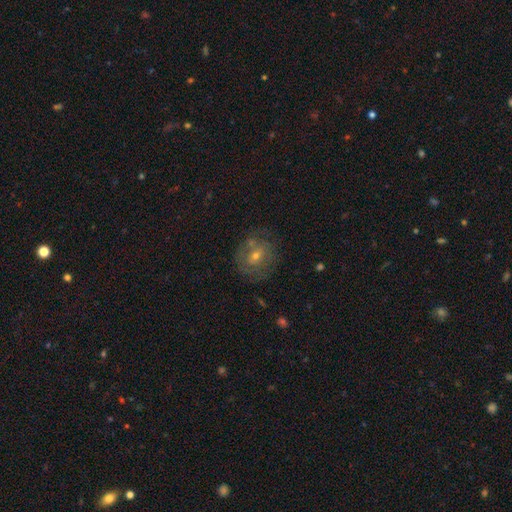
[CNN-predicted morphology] Smooth or featured? featured or disk (52%)
Edge-on disk? no (96%)
Merging? none (70%)